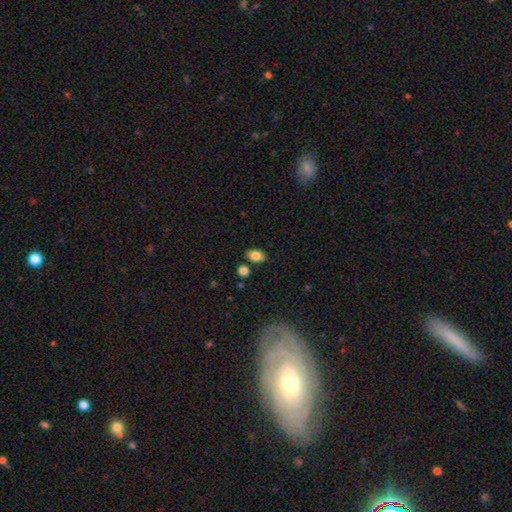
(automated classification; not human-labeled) Q: Smooth or featured?
A: smooth (84%); runner-up: star or artifact (9%)
Q: How rounded?
A: in between (87%); runner-up: round (12%)
Q: Merging?
A: none (80%); runner-up: minor disturbance (11%)